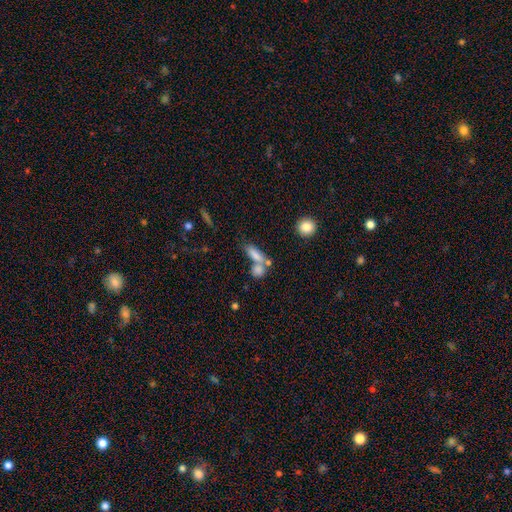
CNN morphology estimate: Smooth or featured? smooth (76%)
How rounded? in between (61%)
Merging? merger (47%)